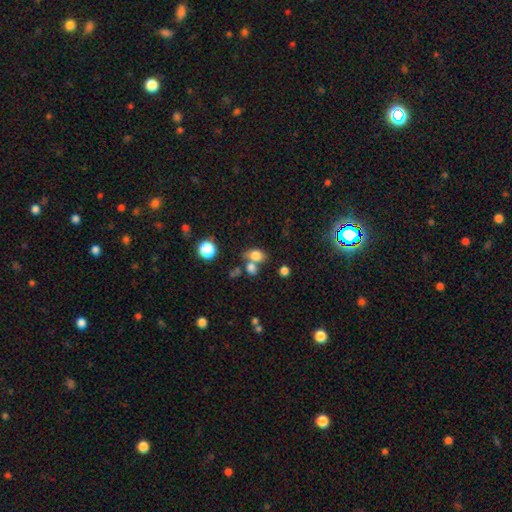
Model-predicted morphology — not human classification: type=smooth (77%); roundness=in between (69%); merging=none (46%).